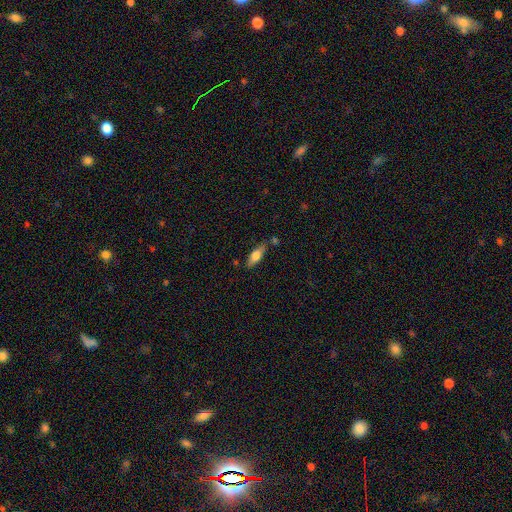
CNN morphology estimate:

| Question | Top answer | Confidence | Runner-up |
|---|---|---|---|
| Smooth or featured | smooth | 63% | featured or disk (30%) |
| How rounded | in between | 58% | cigar-shaped (39%) |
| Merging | none | 70% | minor disturbance (18%) |